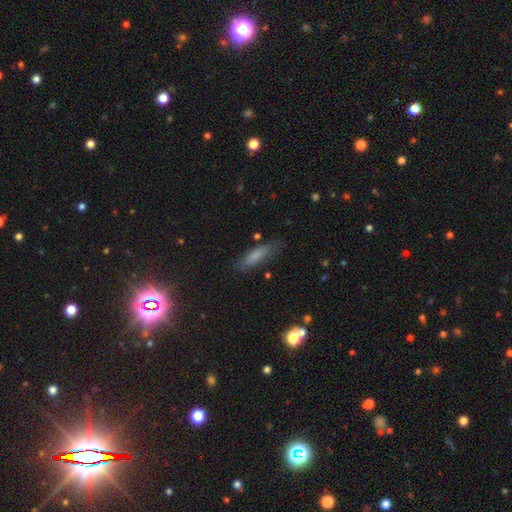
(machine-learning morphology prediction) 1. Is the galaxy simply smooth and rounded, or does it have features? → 75% smooth, 16% featured or disk, 9% star or artifact.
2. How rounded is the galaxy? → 63% cigar-shaped, 35% in between, 2% round.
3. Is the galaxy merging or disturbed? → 78% none, 16% minor disturbance, 4% major disturbance, 2% merger.